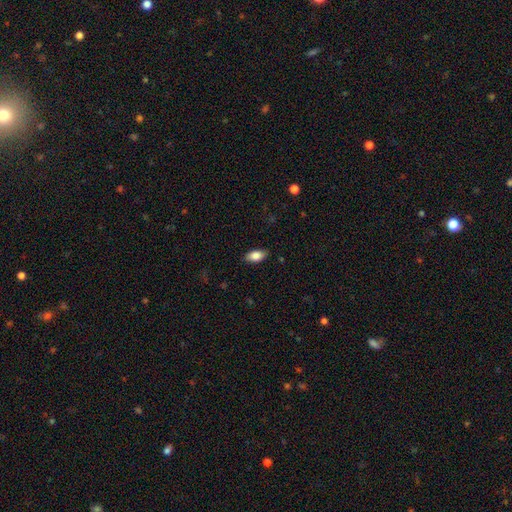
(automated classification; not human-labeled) Smooth or featured?
  - smooth: 84% *
  - featured or disk: 9%
  - star or artifact: 7%
How rounded?
  - in between: 91% *
  - cigar-shaped: 6%
  - round: 3%
Merging?
  - none: 85% *
  - minor disturbance: 11%
  - major disturbance: 2%
  - merger: 1%